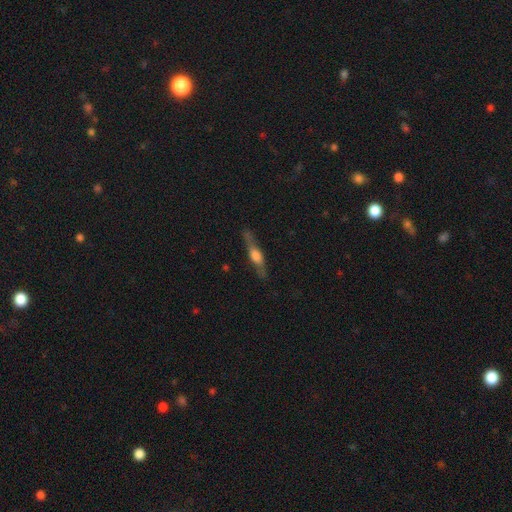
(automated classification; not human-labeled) Smooth or featured? featured or disk (62%)
Edge-on disk? yes (89%)
Edge-on bulge? rounded (78%)
Merging? none (79%)